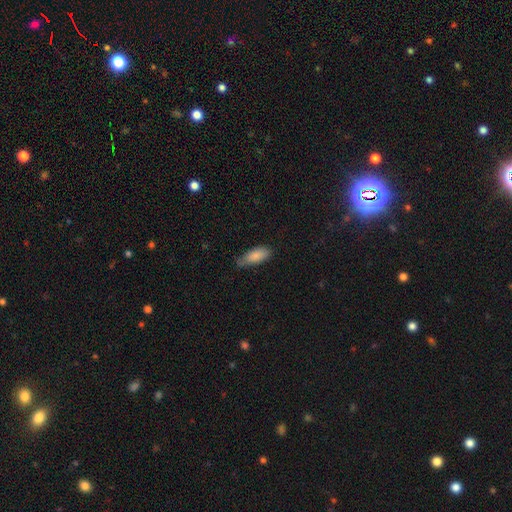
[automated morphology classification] Smooth or featured: smooth — 84% (featured or disk — 10%)
How rounded: in between — 74% (cigar-shaped — 24%)
Merging: none — 55% (minor disturbance — 37%)